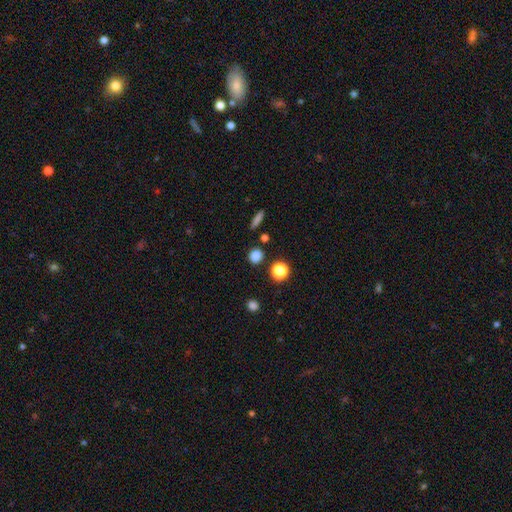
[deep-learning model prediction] This appears to be a smooth galaxy with no disk features (82%) that is round (86%). Merging: none (86%).